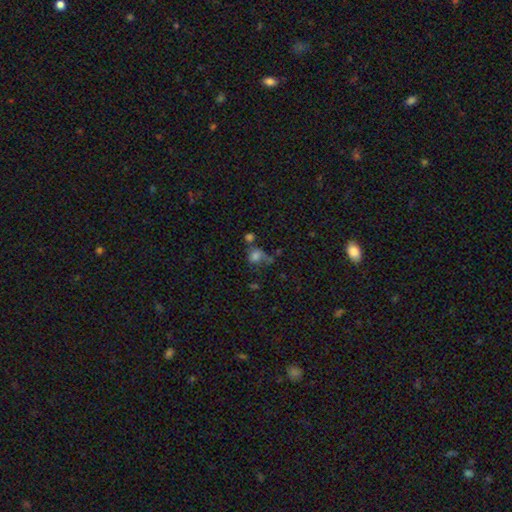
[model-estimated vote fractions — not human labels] Morphology: type=smooth (71%); roundness=round (60%); merging=none (34%).